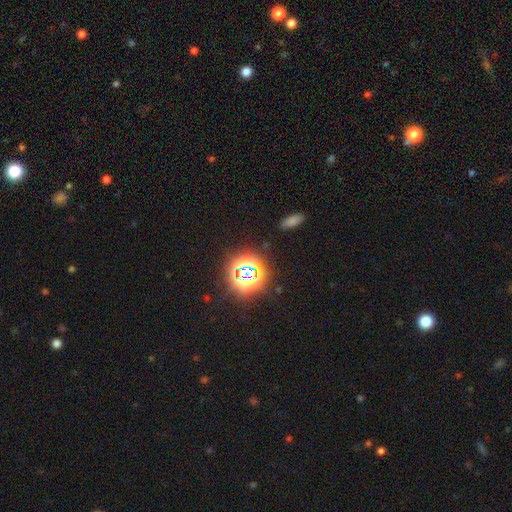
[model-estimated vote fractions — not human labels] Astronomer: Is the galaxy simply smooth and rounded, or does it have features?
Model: star or artifact — 80%.